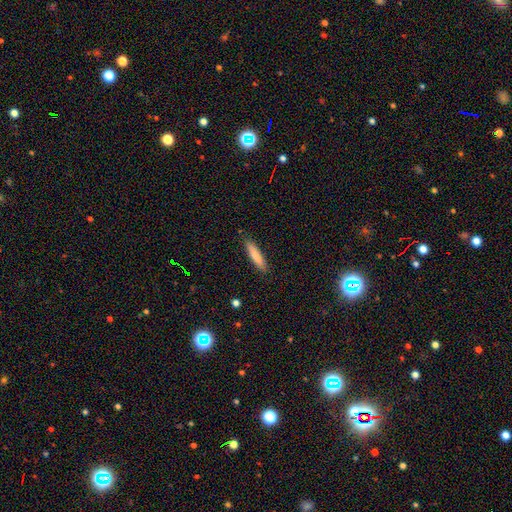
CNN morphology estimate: A smooth galaxy with no disk features (79%) that is cigar-shaped (83%).

Vote fractions:
- Smooth or featured? smooth: 79% / featured or disk: 15% / star or artifact: 6%
- How rounded? cigar-shaped: 83% / in between: 15% / round: 1%
- Merging? none: 86% / minor disturbance: 11% / major disturbance: 2% / merger: 1%